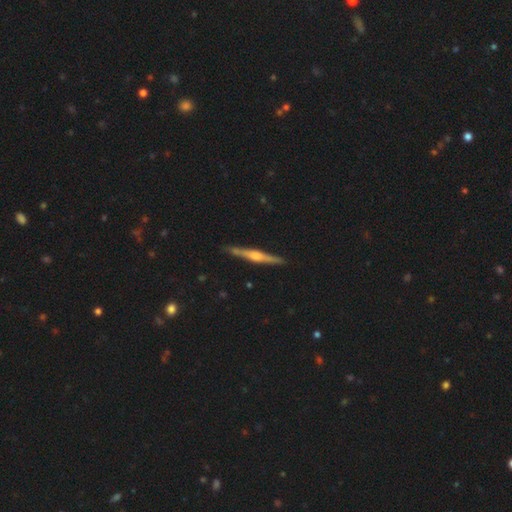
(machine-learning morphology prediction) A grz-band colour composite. It shows a featured or disk galaxy (79%) viewed edge-on (98%) with a rounded central bulge (78%). Merging: none (90%).